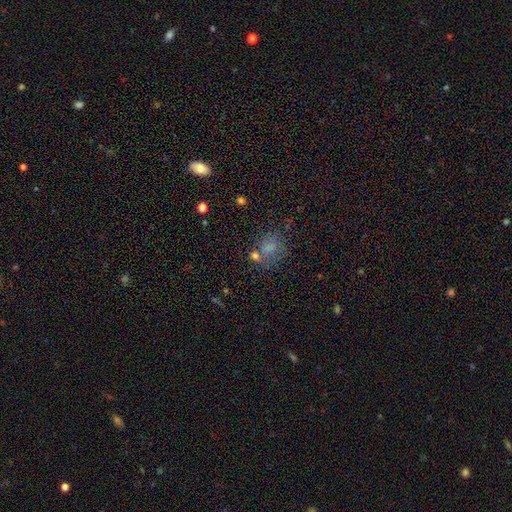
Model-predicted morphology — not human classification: The model was most divided on "how rounded": round: 57%, in between: 42%, cigar-shaped: 2%. Remaining: smooth or featured — smooth (65%); merging — none (50%).